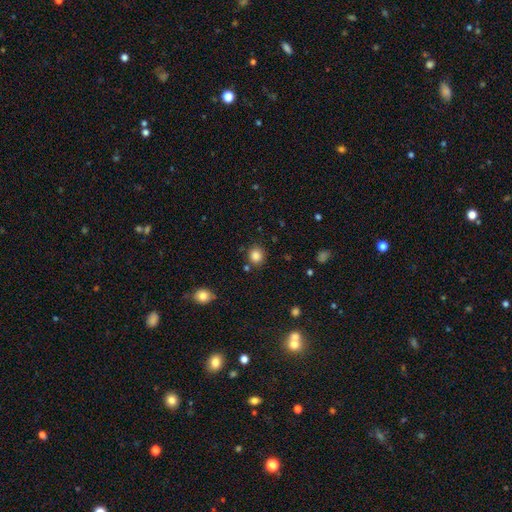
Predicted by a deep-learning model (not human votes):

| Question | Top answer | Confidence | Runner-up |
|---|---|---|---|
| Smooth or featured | smooth | 85% | star or artifact (11%) |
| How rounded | round | 84% | in between (15%) |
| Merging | none | 83% | minor disturbance (9%) |